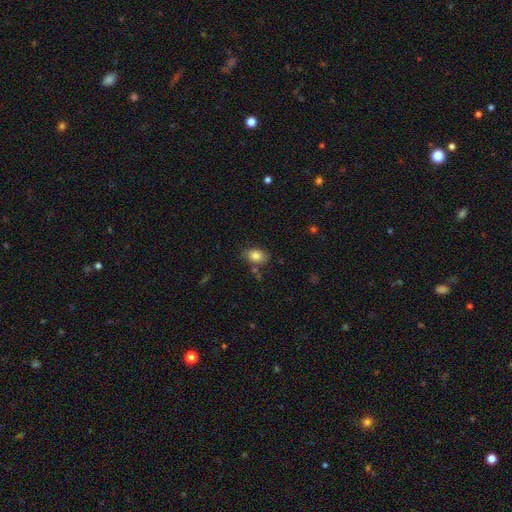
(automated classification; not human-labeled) Smooth or featured? Predicted: smooth (p=0.81). How rounded? Predicted: in between (p=0.82). Merging? Predicted: none (p=0.73).